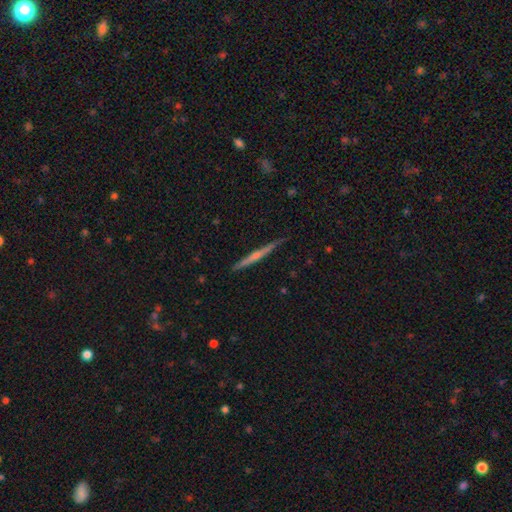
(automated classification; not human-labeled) Smooth or featured? Predicted: featured or disk (p=0.66). Edge-on disk? Predicted: yes (p=0.98). Edge-on bulge? Predicted: rounded (p=0.54). Merging? Predicted: none (p=0.88).